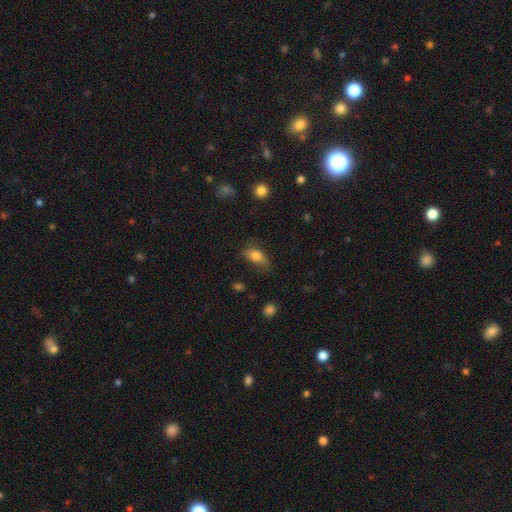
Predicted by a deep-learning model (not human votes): A smooth galaxy with no disk features (82%) that is in between round and cigar-shaped (87%).

Vote fractions:
- Smooth or featured? smooth: 82% / featured or disk: 10% / star or artifact: 8%
- How rounded? in between: 87% / round: 8% / cigar-shaped: 5%
- Merging? none: 64% / minor disturbance: 27% / major disturbance: 8% / merger: 2%